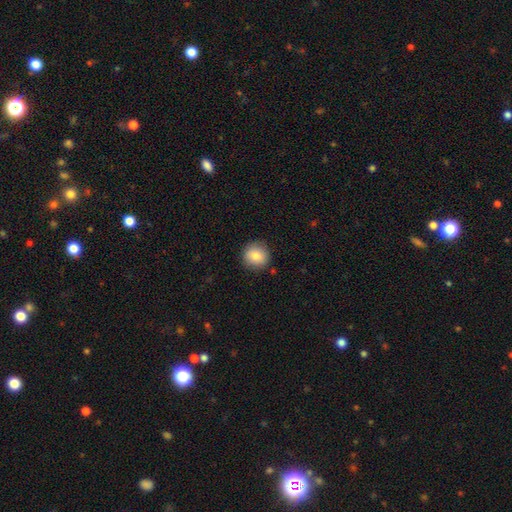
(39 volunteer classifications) A smooth galaxy with no disk features (87%) that is round (88%). Merging: none (82%).